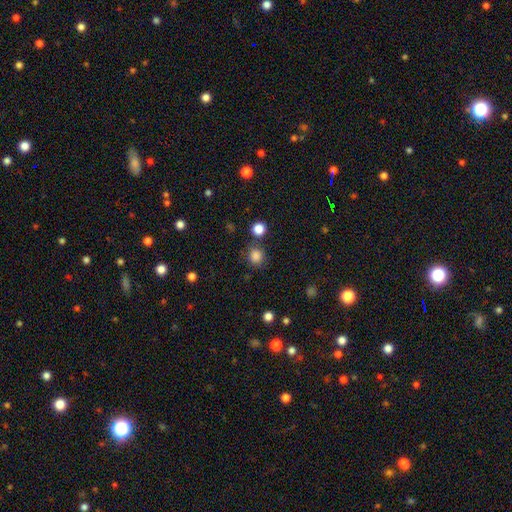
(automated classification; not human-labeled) smooth-or-featured: smooth: 84% | star or artifact: 12% | featured or disk: 4%
  how-rounded: round: 88% | in between: 11% | cigar-shaped: 1%
  merging: none: 78% | minor disturbance: 11% | merger: 8% | major disturbance: 4%